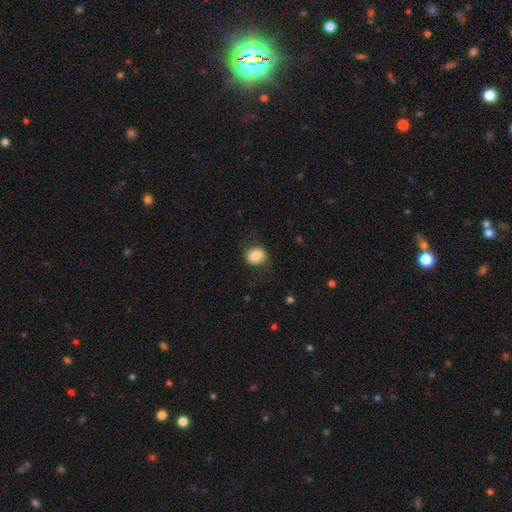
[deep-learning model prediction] This appears to be a smooth galaxy with no disk features (84%) that is round (60%). Merging: none (73%).